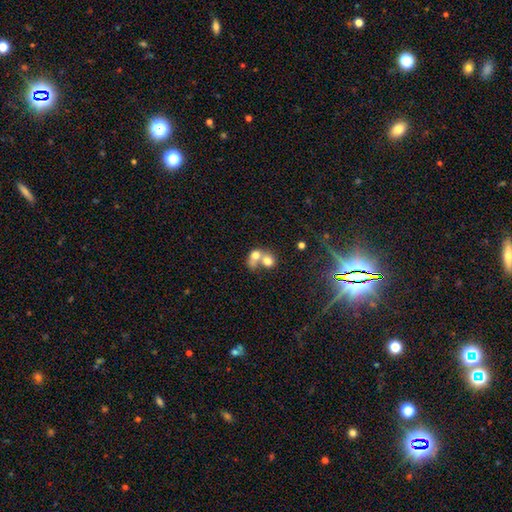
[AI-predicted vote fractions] This is likely a smooth galaxy (67%). How rounded: likely round (62%). Merging: likely merger (72%).